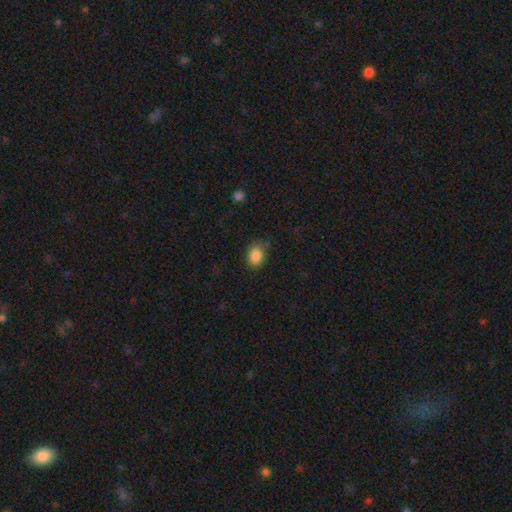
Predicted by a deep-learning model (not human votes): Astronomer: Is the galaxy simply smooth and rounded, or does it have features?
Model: smooth — 86%.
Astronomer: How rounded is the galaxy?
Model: in between — 70%.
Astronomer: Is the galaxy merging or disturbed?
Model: none — 73%.